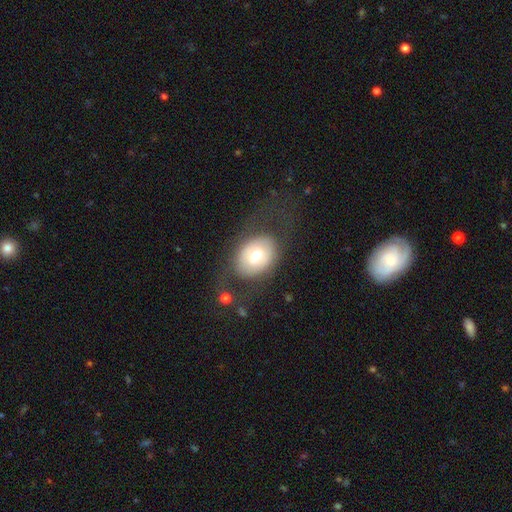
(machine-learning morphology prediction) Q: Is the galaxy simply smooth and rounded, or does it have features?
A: smooth — 64%.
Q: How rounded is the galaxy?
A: in between — 72%.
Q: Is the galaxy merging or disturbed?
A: none — 70%.